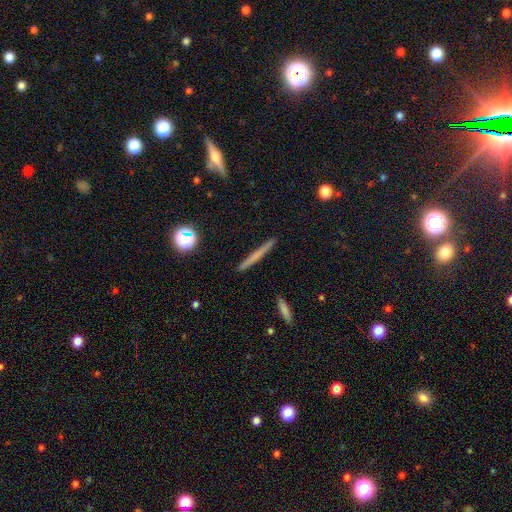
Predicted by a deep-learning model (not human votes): This is possibly a smooth galaxy (52%). How rounded: clearly cigar-shaped (95%). Merging: clearly none (90%).